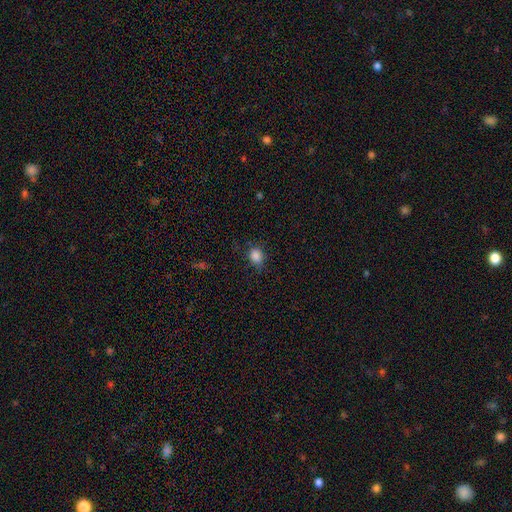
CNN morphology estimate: A smooth galaxy with no disk features (85%) that is round (64%).

Vote fractions:
- Smooth or featured? smooth: 85% / star or artifact: 11% / featured or disk: 4%
- How rounded? round: 64% / in between: 35% / cigar-shaped: 1%
- Merging? none: 76% / minor disturbance: 18% / major disturbance: 5% / merger: 1%